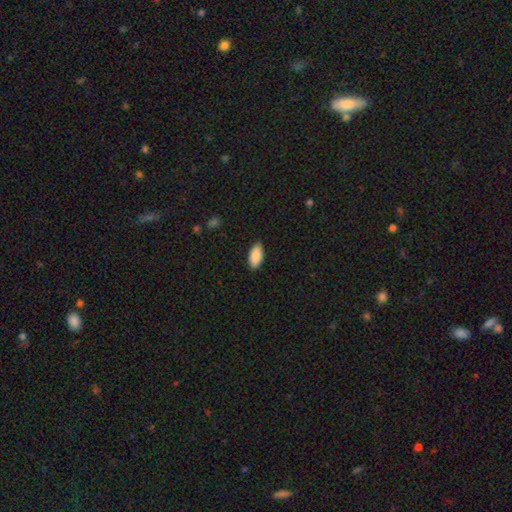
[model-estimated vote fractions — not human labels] smooth-or-featured: smooth: 89% | star or artifact: 6% | featured or disk: 5%
  how-rounded: in between: 94% | cigar-shaped: 4% | round: 2%
  merging: none: 86% | minor disturbance: 11% | major disturbance: 2% | merger: 1%